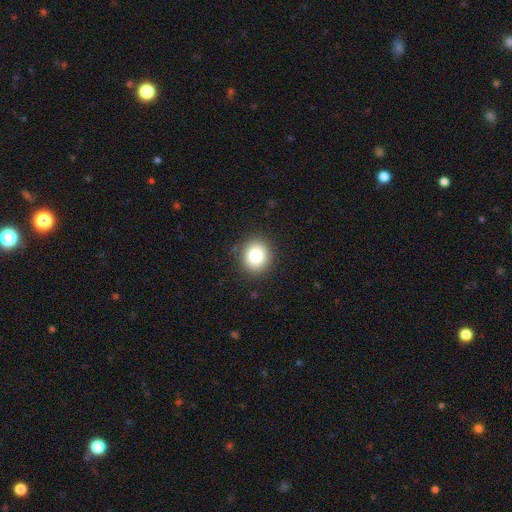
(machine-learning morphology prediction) Smooth or featured? smooth (85%)
How rounded? round (78%)
Merging? none (88%)